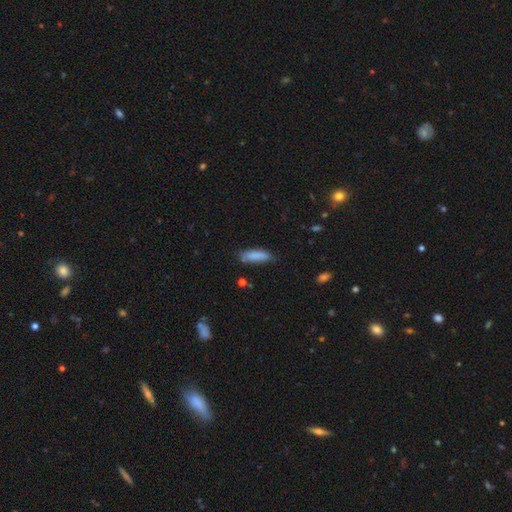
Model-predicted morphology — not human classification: smooth_or_featured: smooth (p=0.86) [alt: featured or disk p=0.08]
how_rounded: cigar-shaped (p=0.56) [alt: in between p=0.43]
merging: none (p=0.71) [alt: minor disturbance p=0.22]